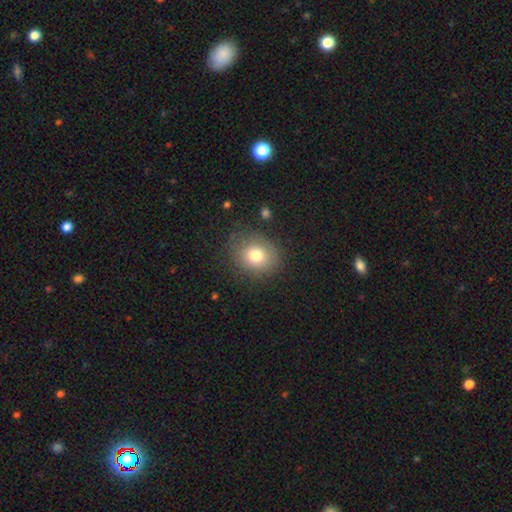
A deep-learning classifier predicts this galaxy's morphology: Smooth or featured: smooth — 77% (featured or disk — 12%)
How rounded: round — 62% (in between — 37%)
Merging: none — 78% (minor disturbance — 15%)